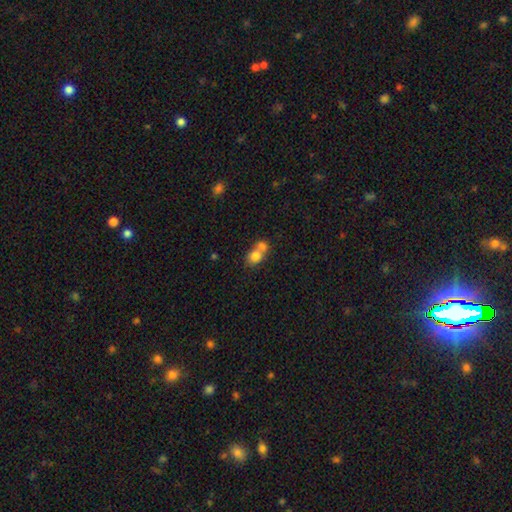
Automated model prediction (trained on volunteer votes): Smooth or featured? smooth (77%)
How rounded? round (64%)
Merging? merger (66%)